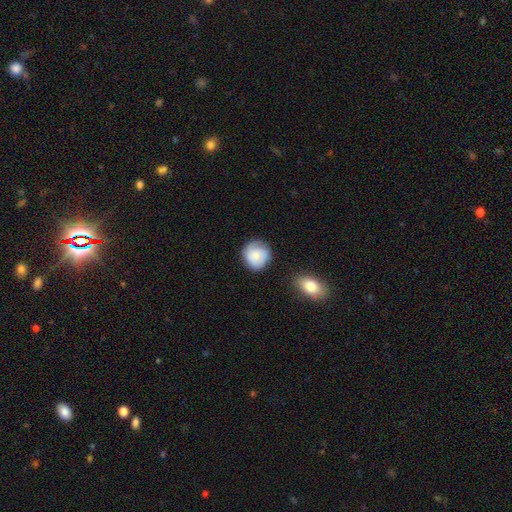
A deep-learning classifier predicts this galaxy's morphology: This is likely a smooth galaxy (71%). How rounded: clearly round (88%). Merging: likely none (76%).